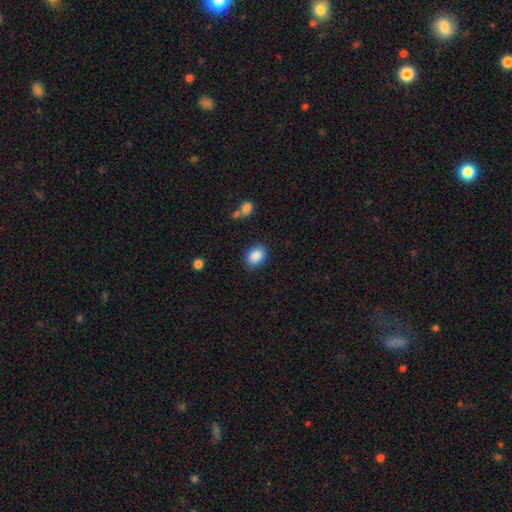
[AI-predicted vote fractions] This appears to be a smooth galaxy with no disk features (88%) that is in between round and cigar-shaped (66%). Merging: none (85%).